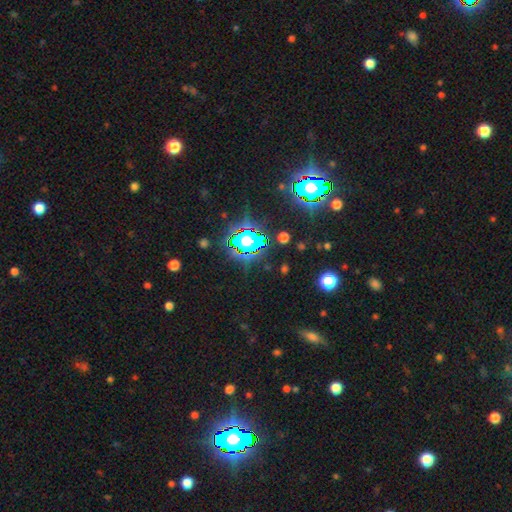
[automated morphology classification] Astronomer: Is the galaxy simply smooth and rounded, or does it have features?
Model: star or artifact — 82%.